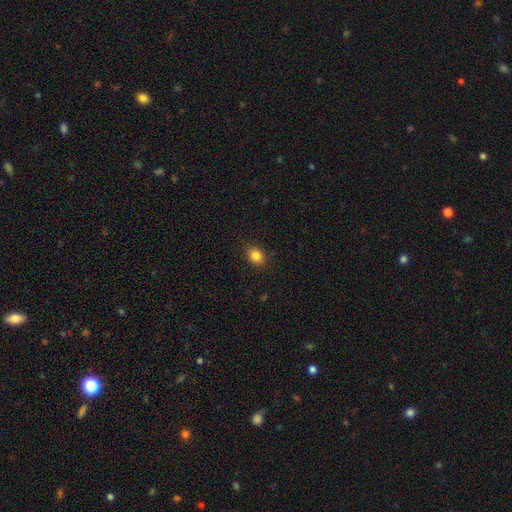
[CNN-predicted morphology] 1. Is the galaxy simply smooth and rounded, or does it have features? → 84% smooth, 10% star or artifact, 5% featured or disk.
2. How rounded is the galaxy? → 55% in between, 44% round, 1% cigar-shaped.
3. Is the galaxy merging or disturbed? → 88% none, 9% minor disturbance, 2% major disturbance, 1% merger.